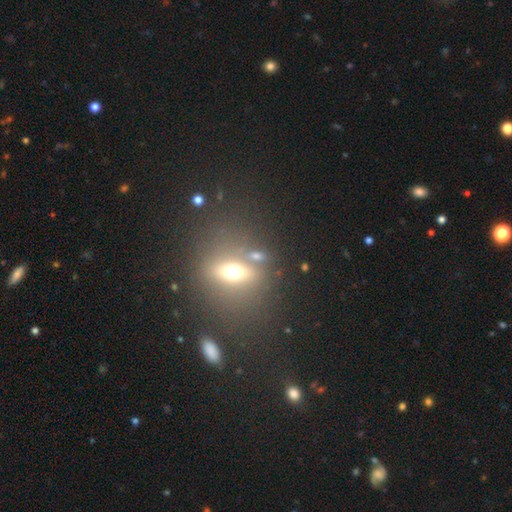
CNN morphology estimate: Smooth or featured?
  - smooth: 53% *
  - featured or disk: 24%
  - star or artifact: 22%
How rounded?
  - in between: 53% *
  - round: 37%
  - cigar-shaped: 10%
Merging?
  - none: 67% *
  - merger: 15%
  - minor disturbance: 11%
  - major disturbance: 7%